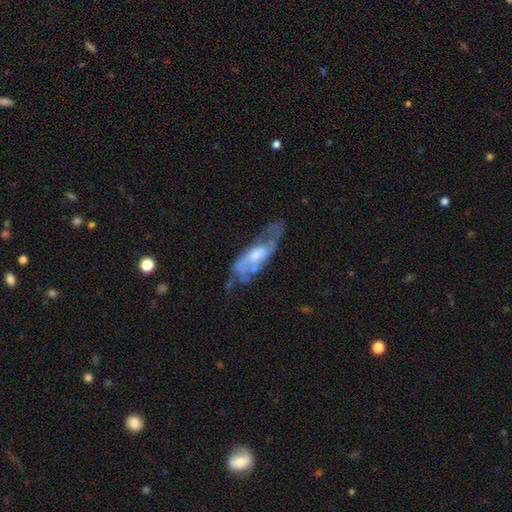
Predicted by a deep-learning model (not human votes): smooth-or-featured: featured or disk: 65% | smooth: 28% | star or artifact: 7%
  disk-edge-on: no: 82% | yes: 18%
    bar: no: 61% | weak: 30% | strong: 9%
    has-spiral-arms: yes: 62% | no: 38%
    bulge-size: moderate: 48% | small: 24% | large: 16% | none: 9% | dominant: 2%
  merging: none: 37% | major disturbance: 29% | minor disturbance: 27% | merger: 7%